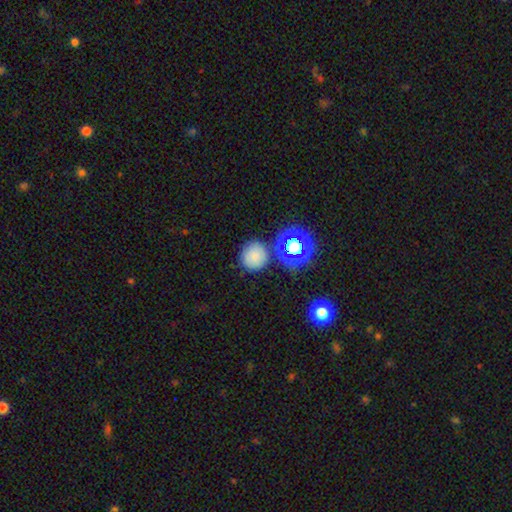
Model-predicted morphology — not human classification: This is likely a smooth galaxy (73%). How rounded: clearly round (91%). Merging: likely none (78%).